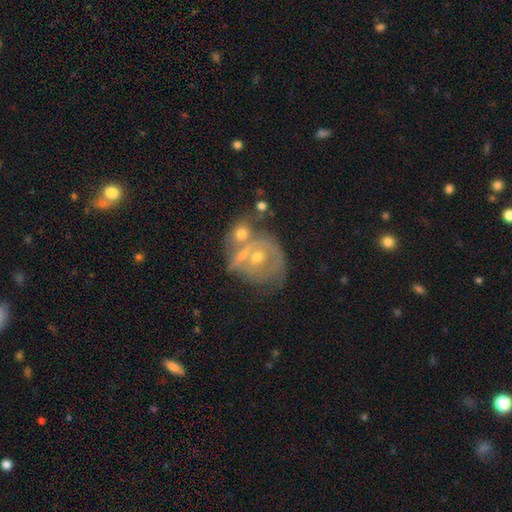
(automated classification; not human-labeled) This is likely a featured or disk galaxy (68%). It is clearly not viewed edge-on (96%). Bar: likely no (61%). Spiral arm pattern: possibly yes (60%). Central bulge: possibly moderate (54%). Merging: possibly merger (45%).